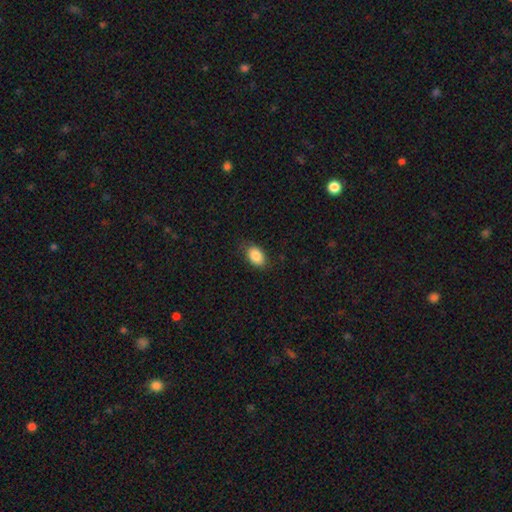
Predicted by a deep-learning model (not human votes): Morphology: type=smooth (87%); roundness=in between (86%); merging=none (79%).